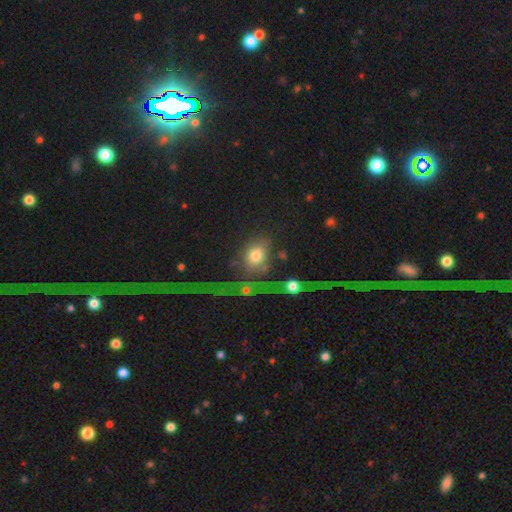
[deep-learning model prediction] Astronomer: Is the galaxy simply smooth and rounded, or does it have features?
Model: smooth — 67%.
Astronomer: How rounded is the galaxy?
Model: in between — 50% (runner-up: round, 47%).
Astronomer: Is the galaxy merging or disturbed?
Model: none — 38% (runner-up: merger, 30%).